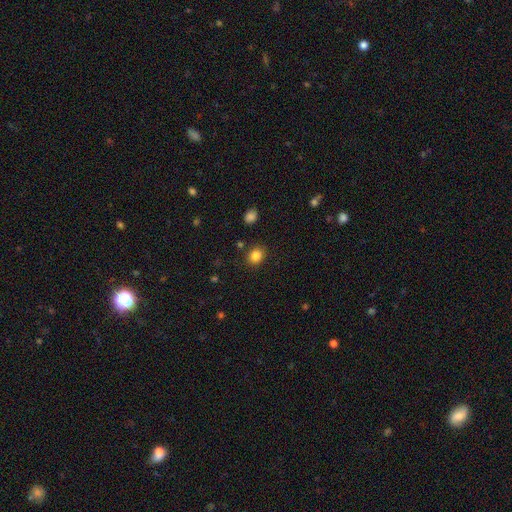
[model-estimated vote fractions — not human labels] Morphology: type=smooth (84%); roundness=round (66%); merging=none (87%).